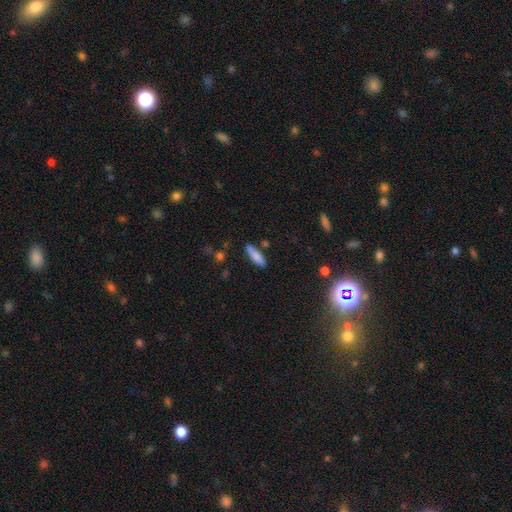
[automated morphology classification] Overall: smooth (81%). How rounded: cigar-shaped (65%; in between 33%). Merging: none (81%).